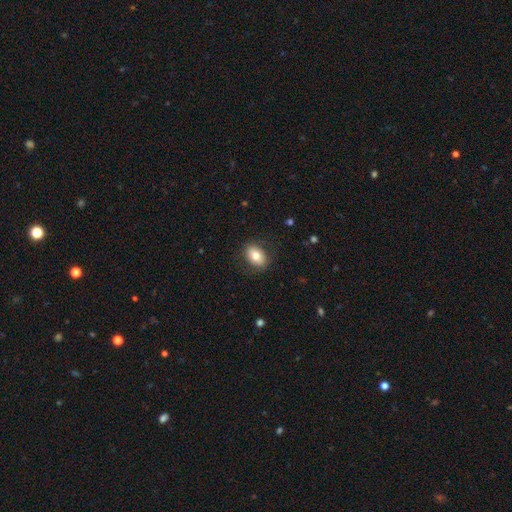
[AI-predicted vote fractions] A smooth galaxy with no disk features (77%) that is in between round and cigar-shaped (76%).

Vote fractions:
- Smooth or featured? smooth: 77% / featured or disk: 15% / star or artifact: 8%
- How rounded? in between: 76% / round: 23% / cigar-shaped: 1%
- Merging? none: 83% / minor disturbance: 12% / major disturbance: 4% / merger: 1%